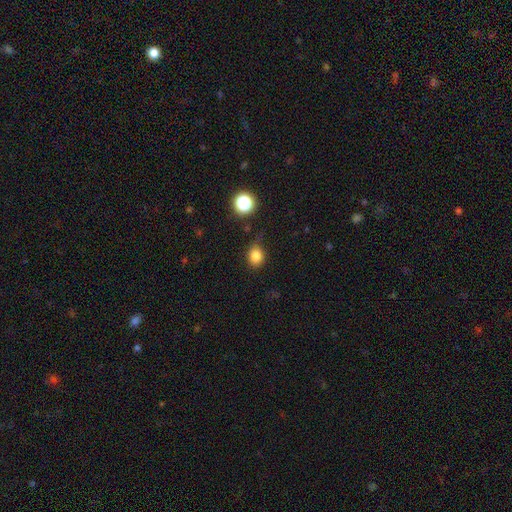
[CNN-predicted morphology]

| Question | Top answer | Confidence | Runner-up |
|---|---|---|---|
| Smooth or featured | smooth | 81% | star or artifact (13%) |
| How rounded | round | 68% | in between (31%) |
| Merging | none | 66% | minor disturbance (24%) |